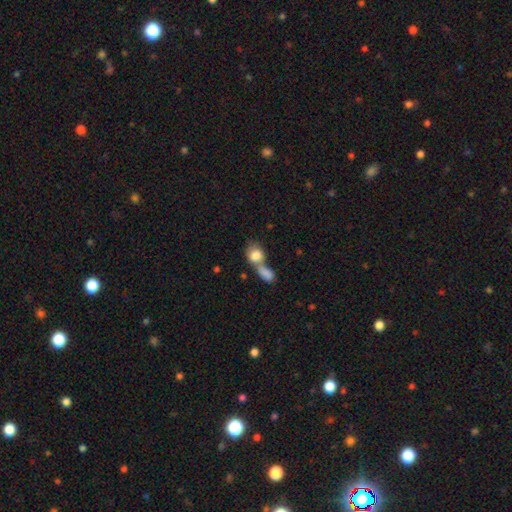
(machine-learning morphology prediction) Smooth or featured? smooth (81%)
How rounded? in between (51%)
Merging? merger (65%)